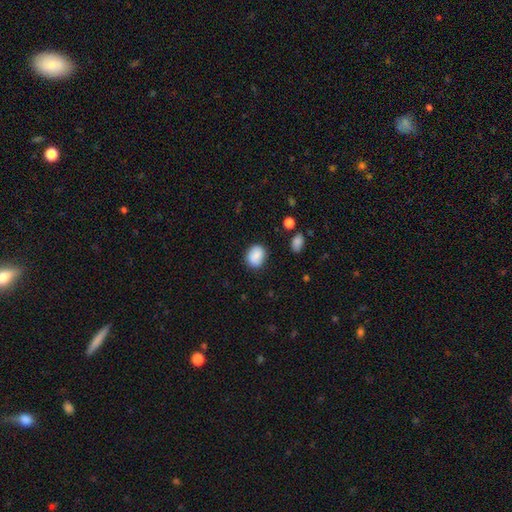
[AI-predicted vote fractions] Morphology: type=smooth (86%); roundness=round (52%); merging=none (80%).